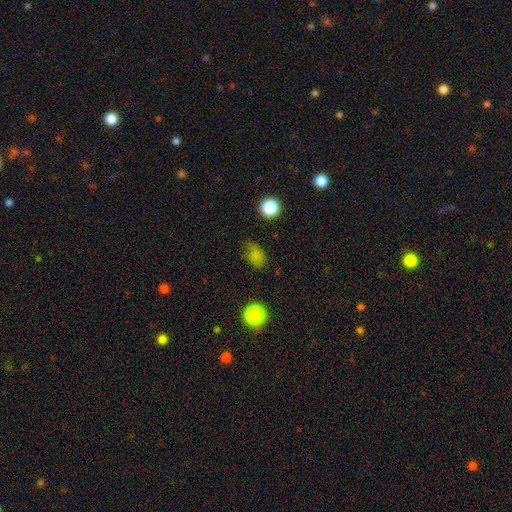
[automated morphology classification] This appears to be a smooth galaxy with no disk features (73%) that is in between round and cigar-shaped (73%). Merging: none (60%).